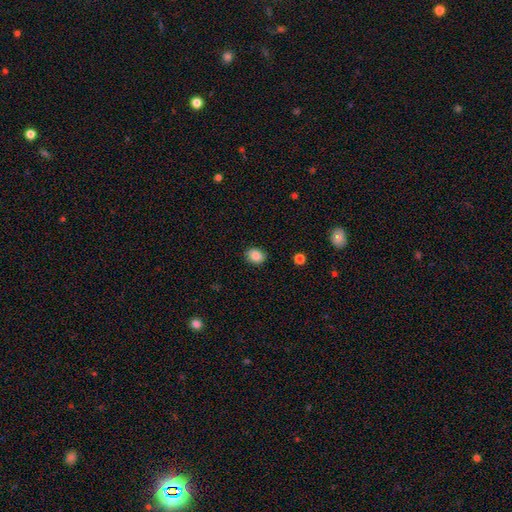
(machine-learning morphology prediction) smooth 86%, star or artifact 9%, featured or disk 4%. Down the decision tree: how rounded — round (50%); merging — none (85%).